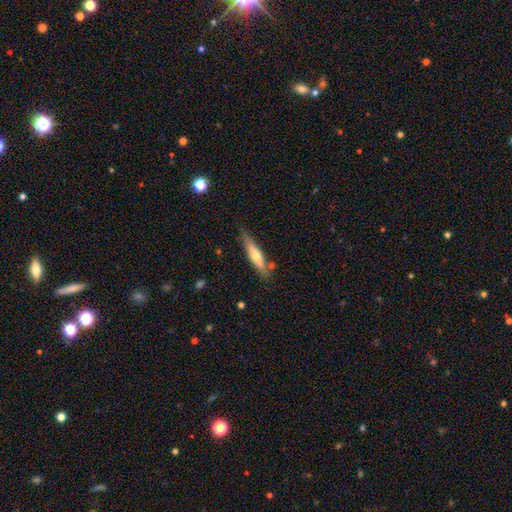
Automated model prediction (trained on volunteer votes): Smooth or featured: smooth — 48% (featured or disk — 46%)
Merging: none — 78% (minor disturbance — 15%)